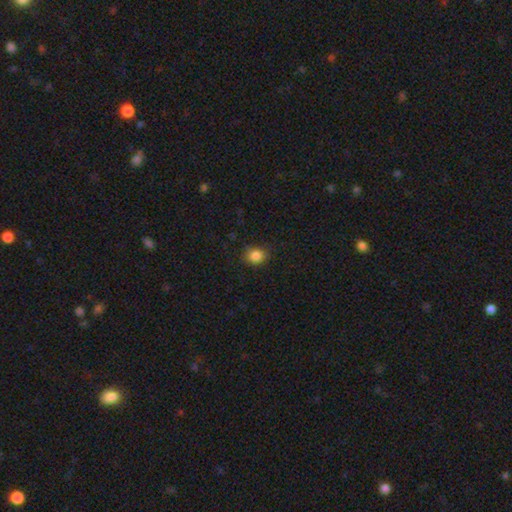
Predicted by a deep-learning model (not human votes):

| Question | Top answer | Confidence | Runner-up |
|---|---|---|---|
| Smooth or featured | smooth | 86% | star or artifact (10%) |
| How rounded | round | 64% | in between (35%) |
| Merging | none | 83% | minor disturbance (13%) |